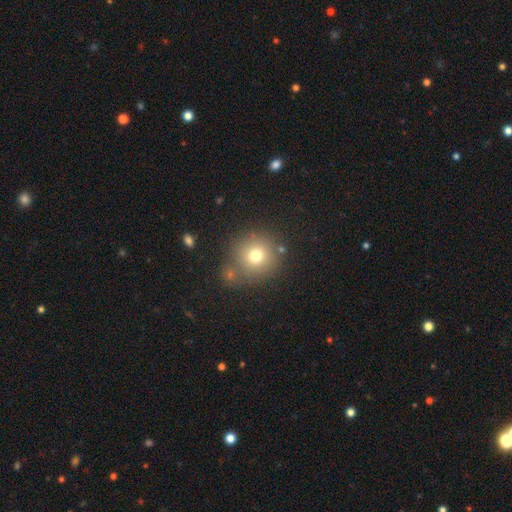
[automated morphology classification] Smooth or featured?
  - smooth: 73% *
  - star or artifact: 15%
  - featured or disk: 12%
How rounded?
  - round: 91% *
  - in between: 8%
  - cigar-shaped: 1%
Merging?
  - none: 72% *
  - merger: 12%
  - minor disturbance: 11%
  - major disturbance: 5%